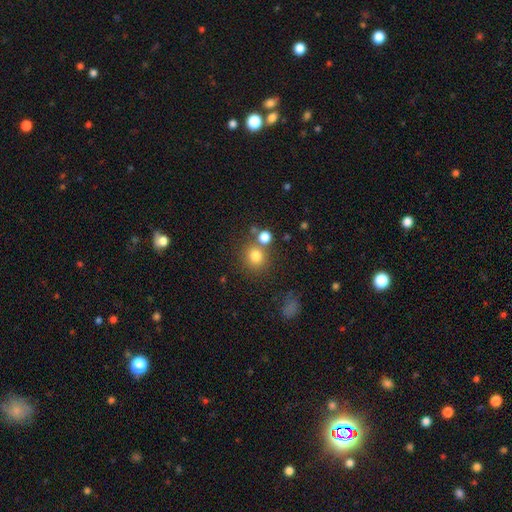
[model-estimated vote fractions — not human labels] Smooth or featured: smooth — 79% (star or artifact — 14%)
How rounded: round — 87% (in between — 12%)
Merging: none — 70% (merger — 17%)